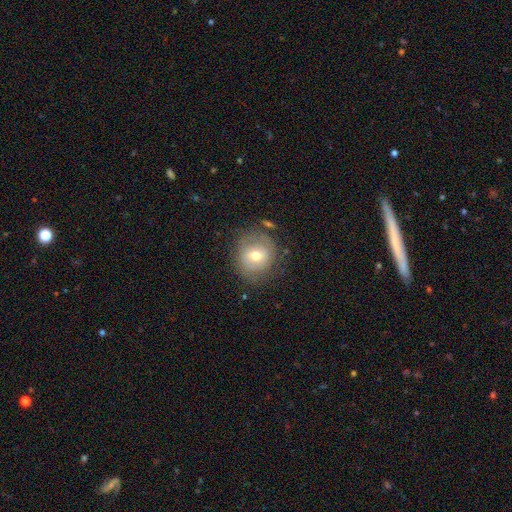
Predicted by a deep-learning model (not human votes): Smooth or featured? Predicted: smooth (p=0.56). How rounded? Predicted: round (p=0.86). Merging? Predicted: none (p=0.75).